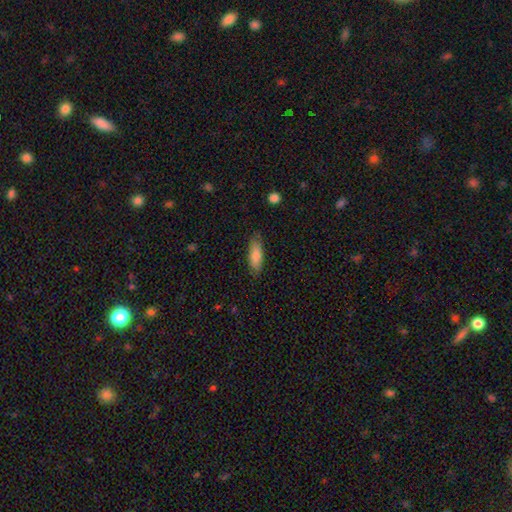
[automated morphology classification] Overall: smooth (84%). How rounded: in between (65%; cigar-shaped 33%). Merging: none (80%).